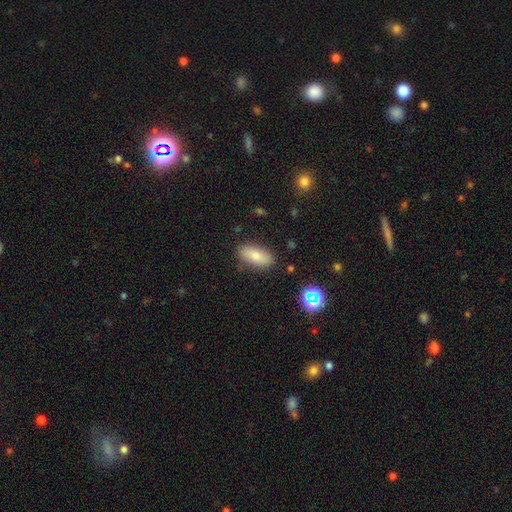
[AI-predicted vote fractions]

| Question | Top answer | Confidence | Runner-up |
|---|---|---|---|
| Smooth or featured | smooth | 79% | featured or disk (13%) |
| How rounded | in between | 85% | cigar-shaped (11%) |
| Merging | none | 83% | minor disturbance (12%) |